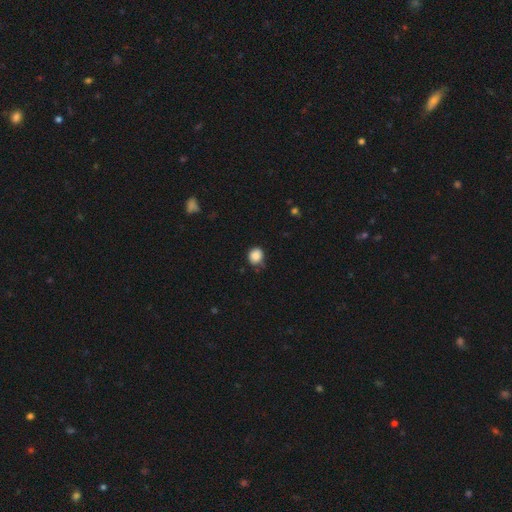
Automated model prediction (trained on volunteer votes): A smooth galaxy with no disk features (86%) that is round (78%).

Vote fractions:
- Smooth or featured? smooth: 86% / star or artifact: 9% / featured or disk: 4%
- How rounded? round: 78% / in between: 21% / cigar-shaped: 1%
- Merging? none: 72% / minor disturbance: 21% / major disturbance: 4% / merger: 2%